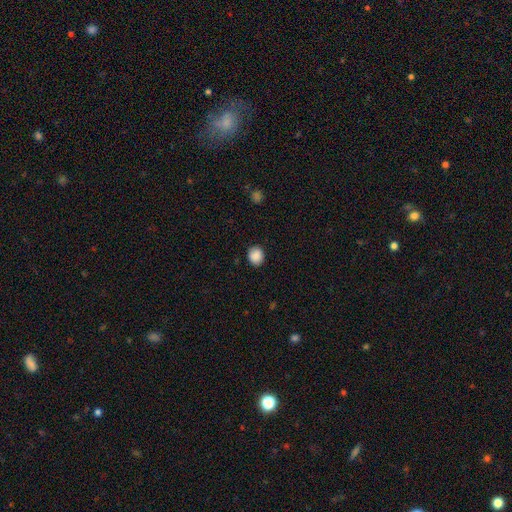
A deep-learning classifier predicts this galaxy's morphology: Q: Smooth or featured?
A: smooth (89%); runner-up: star or artifact (8%)
Q: How rounded?
A: round (72%); runner-up: in between (27%)
Q: Merging?
A: none (87%); runner-up: minor disturbance (9%)